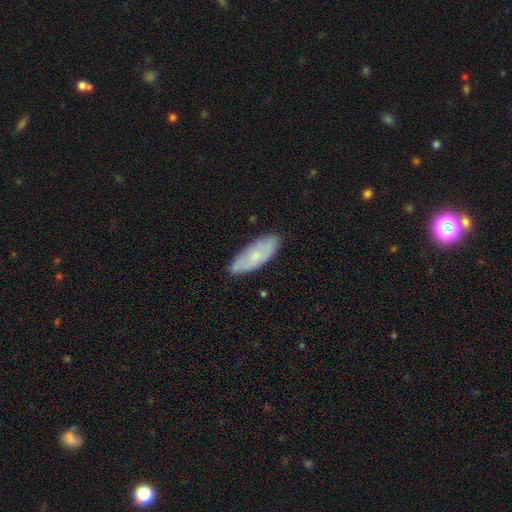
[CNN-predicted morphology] Q: Smooth or featured?
A: smooth (64%); runner-up: featured or disk (30%)
Q: How rounded?
A: in between (71%); runner-up: cigar-shaped (27%)
Q: Merging?
A: none (78%); runner-up: minor disturbance (18%)